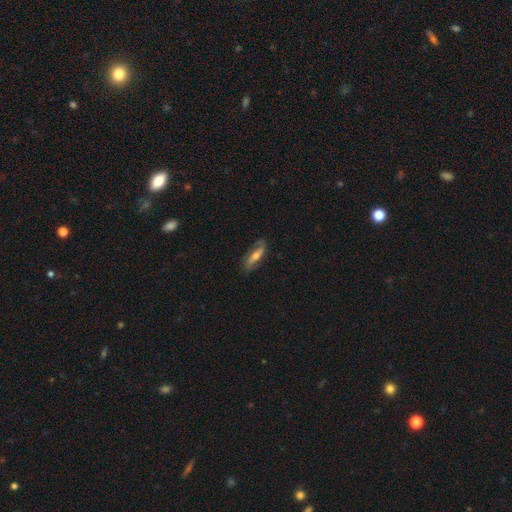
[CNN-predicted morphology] Q: Smooth or featured?
A: featured or disk (69%); runner-up: smooth (25%)
Q: Edge-on disk?
A: no (76%); runner-up: yes (24%)
Q: Bar?
A: strong (36%); runner-up: weak (32%)
Q: Spiral arms?
A: yes (86%); runner-up: no (14%)
Q: Bulge size?
A: moderate (61%); runner-up: small (28%)
Q: Merging?
A: none (76%); runner-up: minor disturbance (17%)